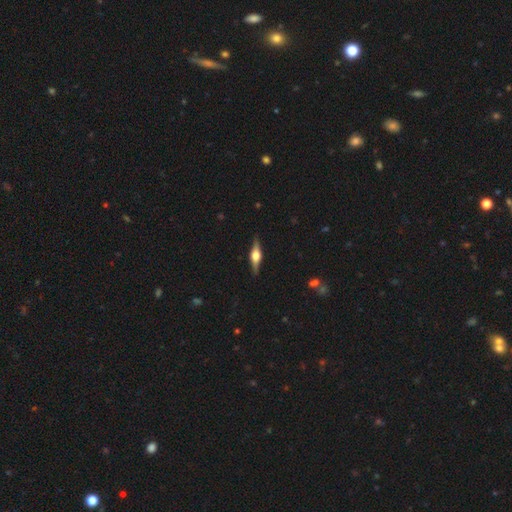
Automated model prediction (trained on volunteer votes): Q: Smooth or featured?
A: featured or disk (75%); runner-up: smooth (20%)
Q: Edge-on disk?
A: yes (97%); runner-up: no (3%)
Q: Edge-on bulge?
A: rounded (92%); runner-up: boxy (7%)
Q: Merging?
A: none (89%); runner-up: minor disturbance (8%)